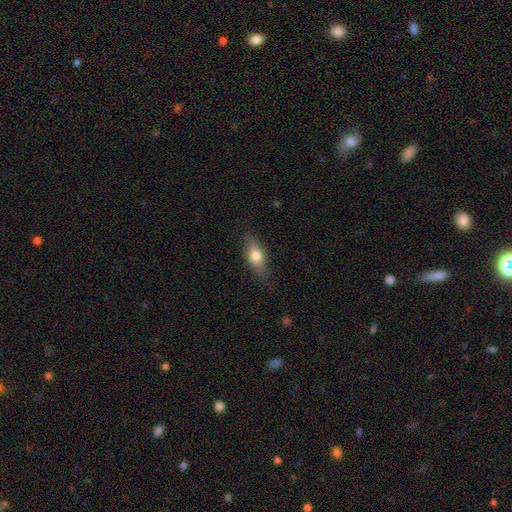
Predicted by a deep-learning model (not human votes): Smooth or featured: smooth — 70% (featured or disk — 23%)
How rounded: in between — 74% (cigar-shaped — 20%)
Merging: none — 76% (minor disturbance — 18%)